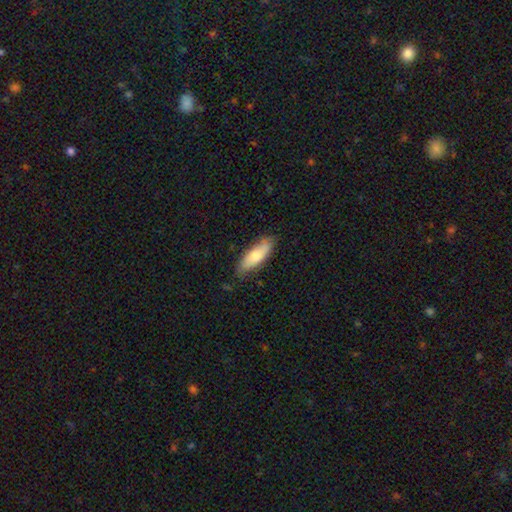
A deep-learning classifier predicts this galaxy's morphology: This appears to be a smooth galaxy with no disk features (72%) that is in between round and cigar-shaped (54%). Merging: none (79%).